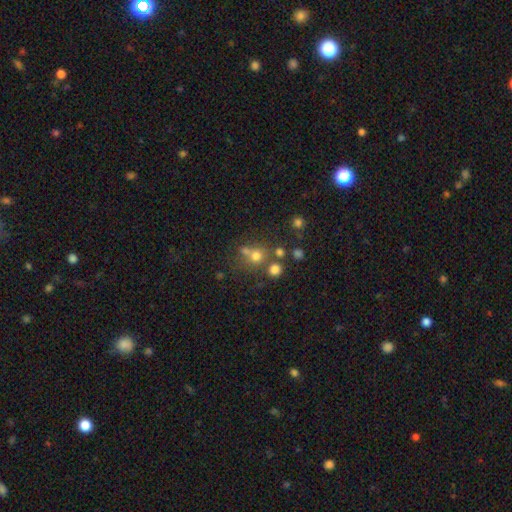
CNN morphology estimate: The model was most divided on "merging": none: 53%, merger: 31%, minor disturbance: 10%, major disturbance: 6%. More confident: how rounded — round (82%); smooth or featured — smooth (63%).